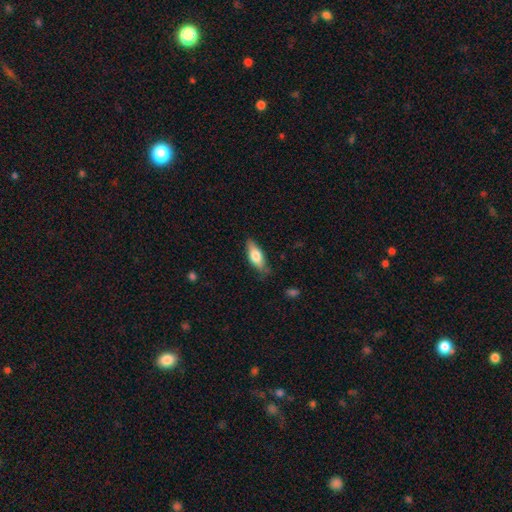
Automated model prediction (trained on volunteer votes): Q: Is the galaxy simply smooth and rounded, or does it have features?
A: smooth — 69%.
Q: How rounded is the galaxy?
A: in between — 71%.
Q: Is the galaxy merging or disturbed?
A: none — 74%.